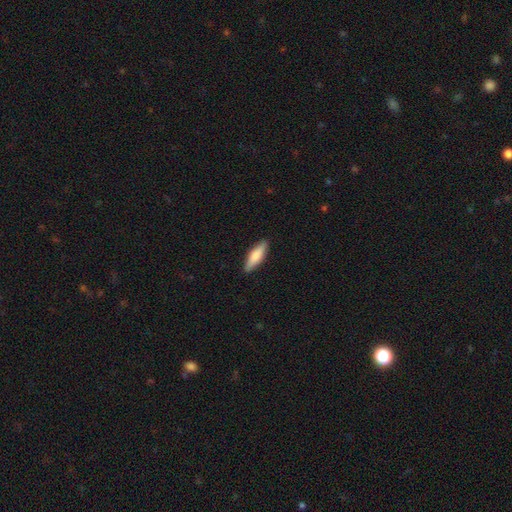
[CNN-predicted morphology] smooth_or_featured: smooth (p=0.74) [alt: featured or disk p=0.21]
how_rounded: cigar-shaped (p=0.59) [alt: in between p=0.39]
merging: none (p=0.89) [alt: minor disturbance p=0.08]